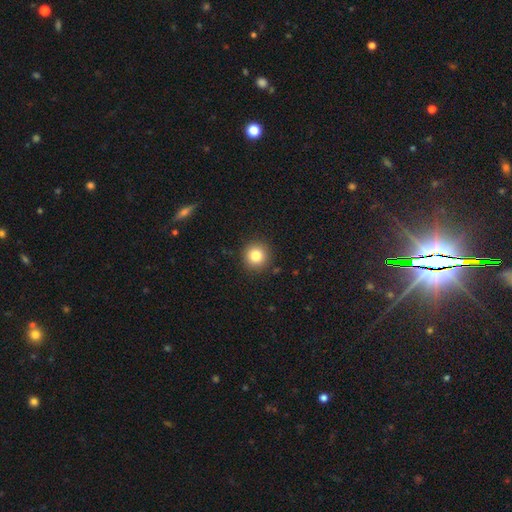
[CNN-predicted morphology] Smooth or featured? Predicted: smooth (p=0.83). How rounded? Predicted: round (p=0.94). Merging? Predicted: none (p=0.91).